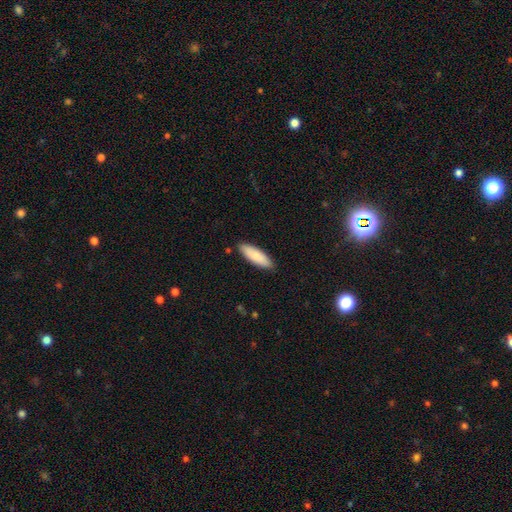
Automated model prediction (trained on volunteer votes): Smooth or featured?
  - smooth: 86% *
  - featured or disk: 9%
  - star or artifact: 5%
How rounded?
  - in between: 52% *
  - cigar-shaped: 47%
  - round: 1%
Merging?
  - none: 87% *
  - minor disturbance: 10%
  - major disturbance: 2%
  - merger: 1%